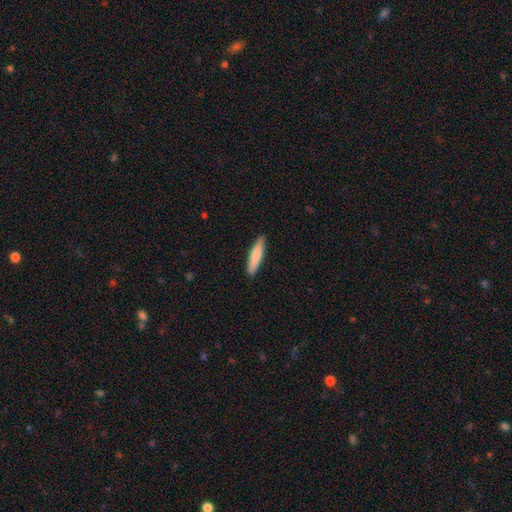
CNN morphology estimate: type=smooth (78%); roundness=cigar-shaped (83%); merging=none (90%).